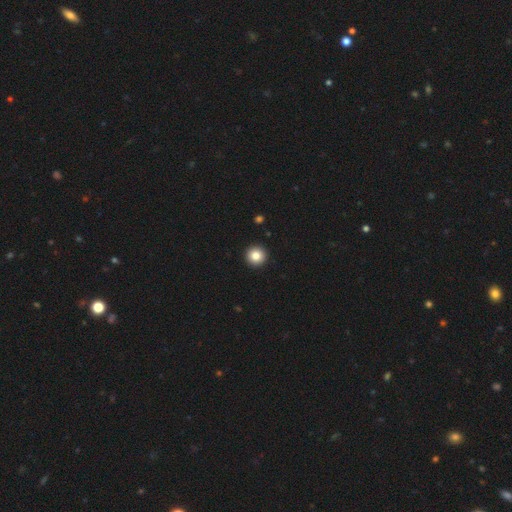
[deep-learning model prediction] smooth-or-featured: smooth: 85% | star or artifact: 10% | featured or disk: 5%
  how-rounded: round: 96% | in between: 3% | cigar-shaped: 1%
  merging: none: 94% | minor disturbance: 4% | major disturbance: 1% | merger: 1%